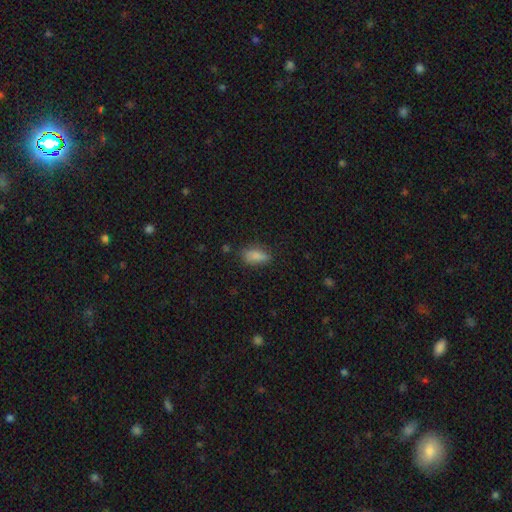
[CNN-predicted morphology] This appears to be a smooth galaxy with no disk features (82%) that is in between round and cigar-shaped (79%). Merging: none (67%).